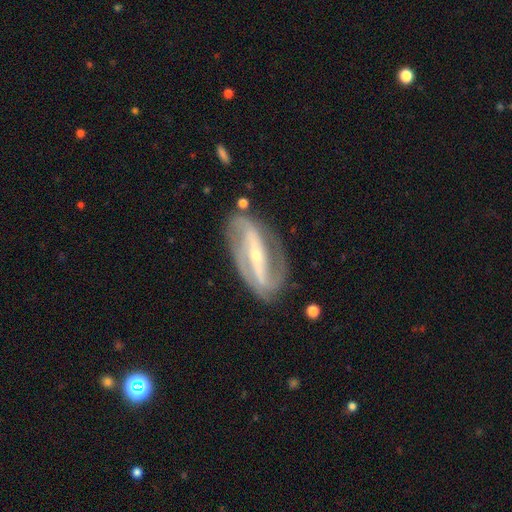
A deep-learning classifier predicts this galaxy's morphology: Smooth or featured? featured or disk (89%)
Edge-on disk? no (92%)
Bar? strong (71%)
Spiral arms? yes (93%)
Spiral winding? medium (42%)
Spiral arm count? 2 (87%)
Bulge size? small (69%)
Merging? none (77%)